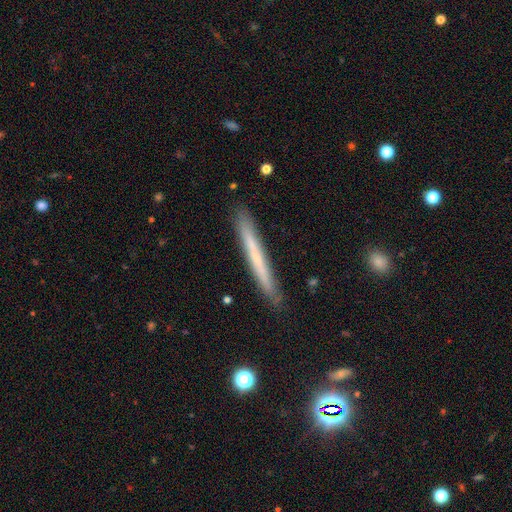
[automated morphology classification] Smooth or featured: smooth — 52% (featured or disk — 42%)
How rounded: cigar-shaped — 97% (in between — 2%)
Merging: none — 89% (minor disturbance — 8%)